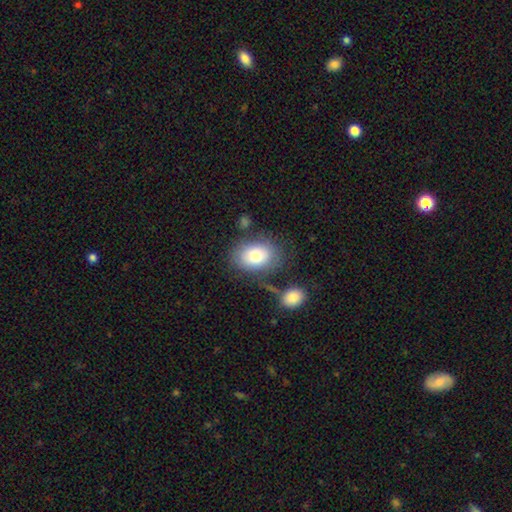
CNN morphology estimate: Smooth or featured?
  - smooth: 81% *
  - featured or disk: 12%
  - star or artifact: 7%
How rounded?
  - in between: 80% *
  - round: 19%
  - cigar-shaped: 1%
Merging?
  - none: 72% *
  - minor disturbance: 15%
  - merger: 6%
  - major disturbance: 6%